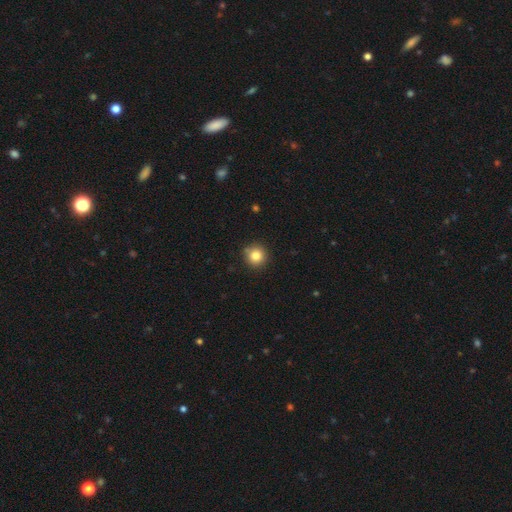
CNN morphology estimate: This is clearly a smooth galaxy (83%). How rounded: clearly round (94%). Merging: clearly none (86%).